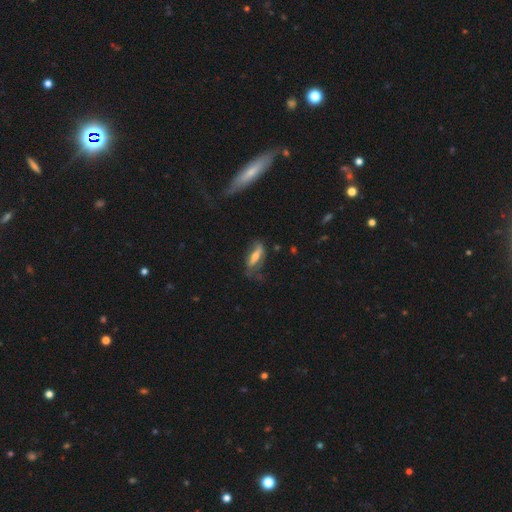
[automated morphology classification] A featured or disk galaxy (52%) viewed edge-on (50%, tied with no). Merging: none (48%).